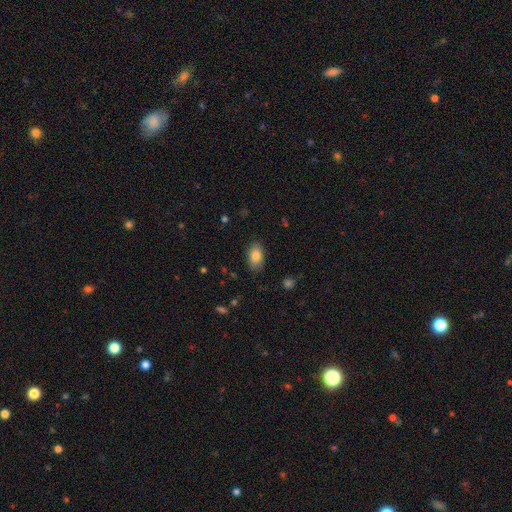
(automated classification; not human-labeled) A smooth galaxy with no disk features (84%) that is in between round and cigar-shaped (91%). Merging: none (83%).